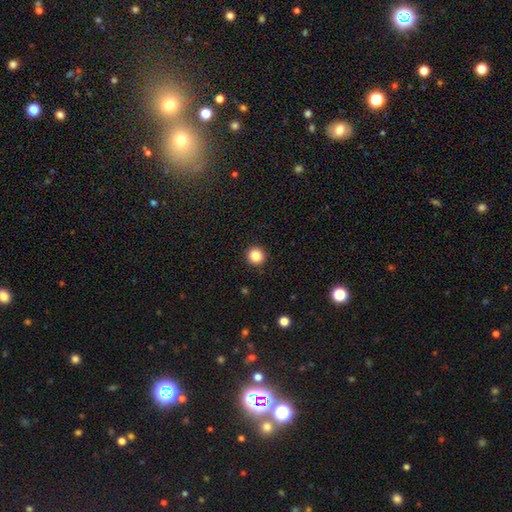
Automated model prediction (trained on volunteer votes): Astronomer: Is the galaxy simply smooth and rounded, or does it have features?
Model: smooth — 85%.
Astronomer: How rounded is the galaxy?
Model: round — 95%.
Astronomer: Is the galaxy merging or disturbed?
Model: none — 93%.